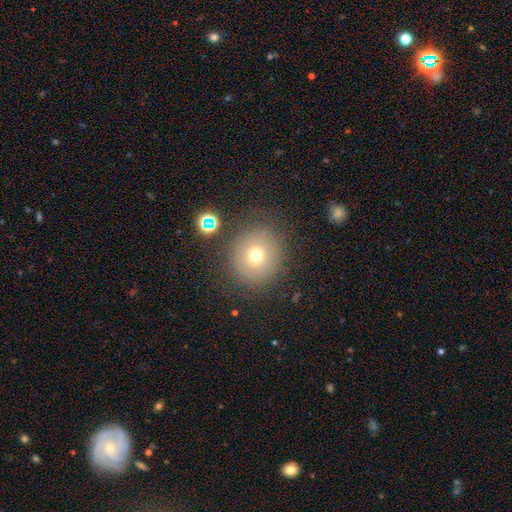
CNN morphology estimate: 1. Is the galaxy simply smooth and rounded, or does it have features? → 68% smooth, 16% featured or disk, 16% star or artifact.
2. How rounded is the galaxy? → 90% round, 9% in between, 1% cigar-shaped.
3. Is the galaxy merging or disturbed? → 78% none, 12% minor disturbance, 6% major disturbance, 4% merger.